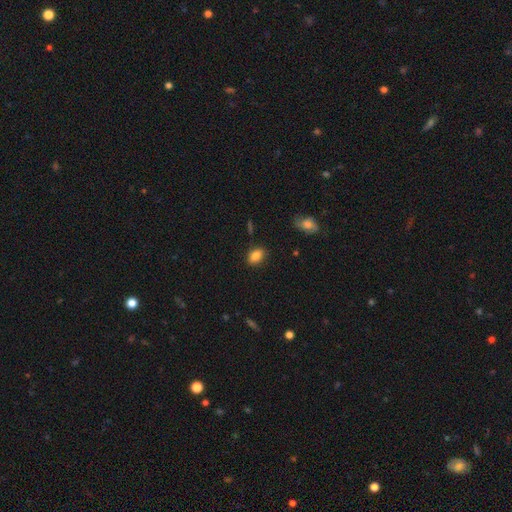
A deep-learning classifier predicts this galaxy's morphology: smooth_or_featured: smooth (p=0.85) [alt: star or artifact p=0.09]
how_rounded: in between (p=0.84) [alt: round p=0.14]
merging: none (p=0.84) [alt: minor disturbance p=0.12]